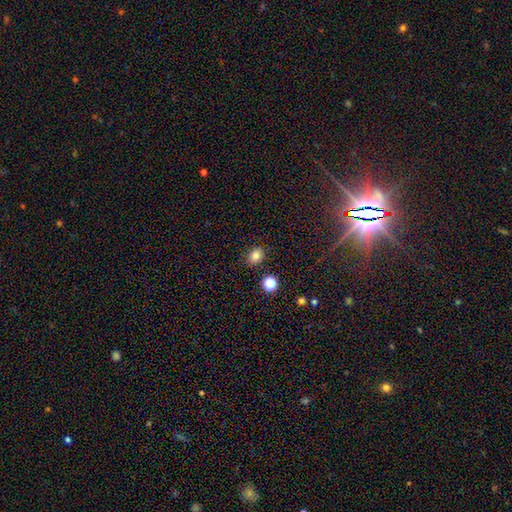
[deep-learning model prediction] smooth 79%, star or artifact 13%, featured or disk 8%. Down the decision tree: how rounded — in between (52%); merging — none (87%).